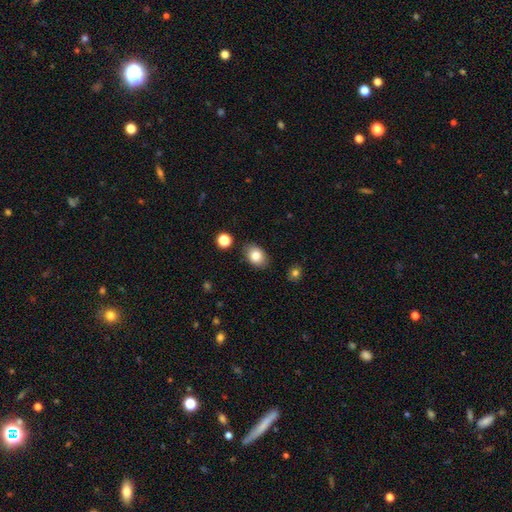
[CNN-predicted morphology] smooth_or_featured: smooth (p=0.84) [alt: star or artifact p=0.08]
how_rounded: in between (p=0.76) [alt: round p=0.23]
merging: none (p=0.85) [alt: minor disturbance p=0.11]